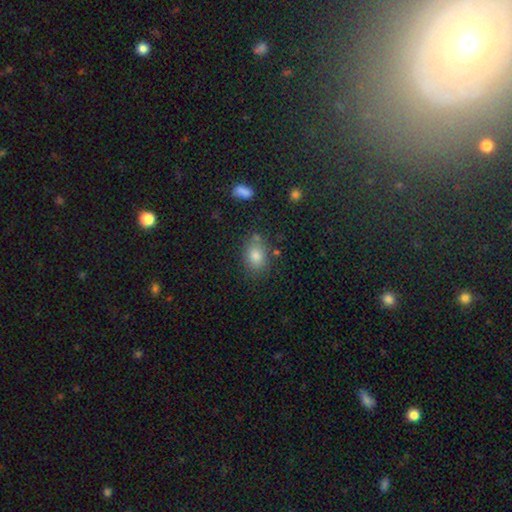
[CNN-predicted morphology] Smooth or featured?
  - smooth: 80% *
  - star or artifact: 10%
  - featured or disk: 10%
How rounded?
  - in between: 73% *
  - round: 26%
  - cigar-shaped: 1%
Merging?
  - none: 71% *
  - minor disturbance: 17%
  - merger: 7%
  - major disturbance: 5%